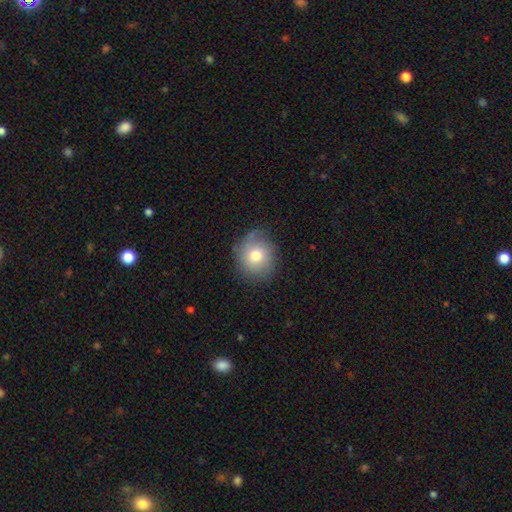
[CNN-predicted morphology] A smooth galaxy with no disk features (75%) that is round (83%). Merging: none (76%).